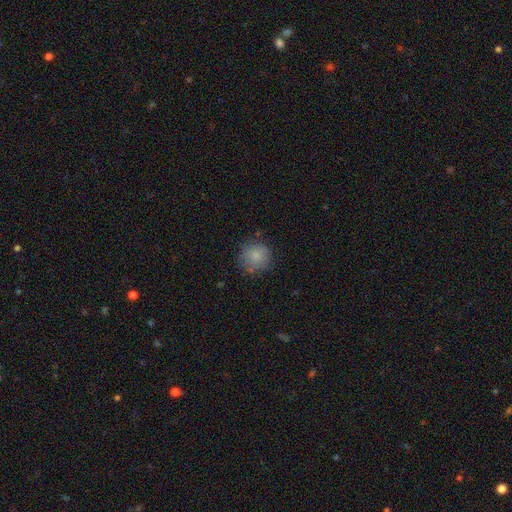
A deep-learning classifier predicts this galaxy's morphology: Overall: smooth (84%). How rounded: round (91%). Merging: none (80%).